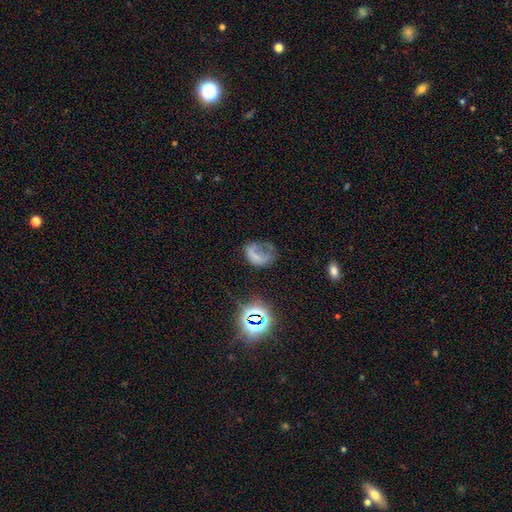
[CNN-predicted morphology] smooth-or-featured: smooth: 43% | featured or disk: 34% | star or artifact: 23%
  merging: major disturbance: 44% | none: 29% | minor disturbance: 23% | merger: 4%